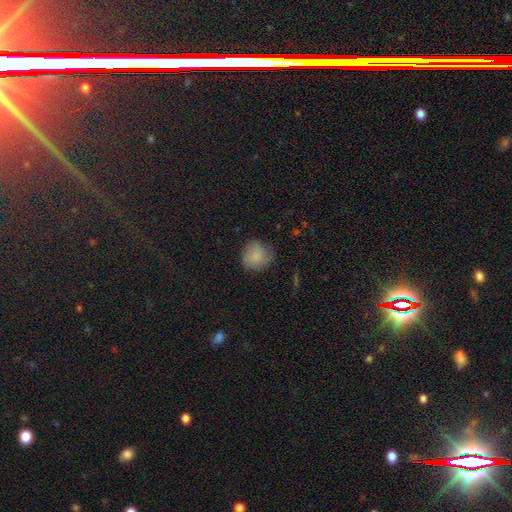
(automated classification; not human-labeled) Q: Smooth or featured?
A: smooth (77%); runner-up: featured or disk (15%)
Q: How rounded?
A: round (85%); runner-up: in between (14%)
Q: Merging?
A: none (70%); runner-up: minor disturbance (22%)